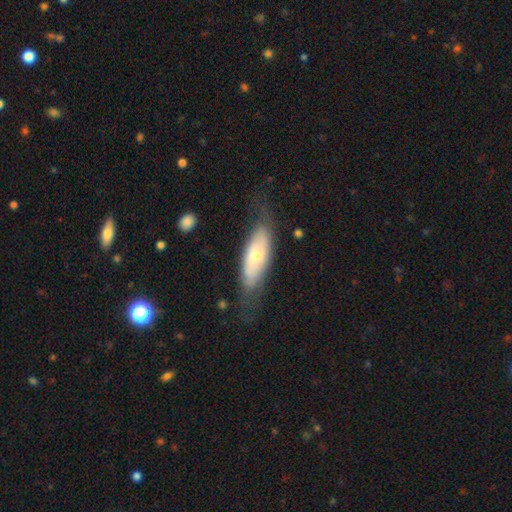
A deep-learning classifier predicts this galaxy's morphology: The model was most divided on "smooth or featured": smooth: 50%, featured or disk: 44%, star or artifact: 6%. More confident: merging — none (63%).